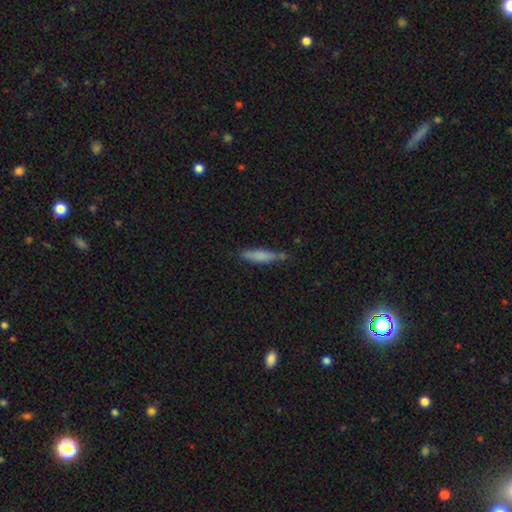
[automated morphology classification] The model was most divided on "smooth or featured": smooth: 67%, featured or disk: 24%, star or artifact: 9%. More confident: how rounded — cigar-shaped (84%); merging — none (72%).